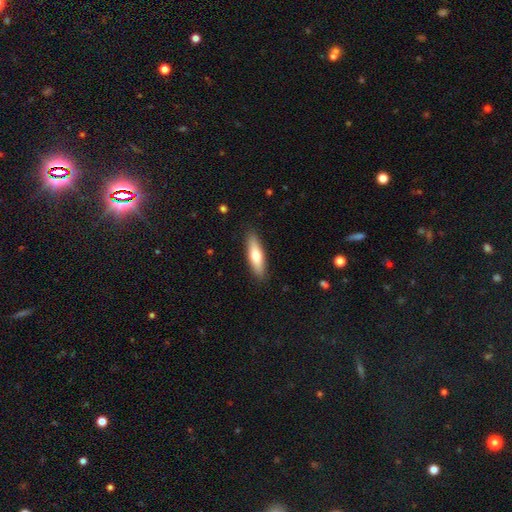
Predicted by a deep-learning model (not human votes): A smooth galaxy with no disk features (64%) that is cigar-shaped (62%). Merging: none (89%).